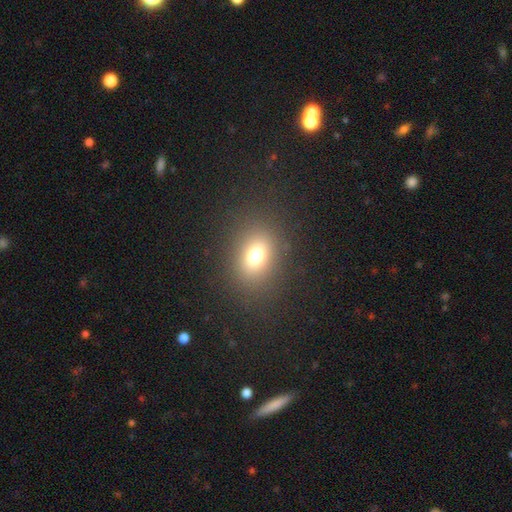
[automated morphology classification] Smooth or featured? Predicted: smooth (p=0.72). How rounded? Predicted: in between (p=0.57). Merging? Predicted: none (p=0.85).